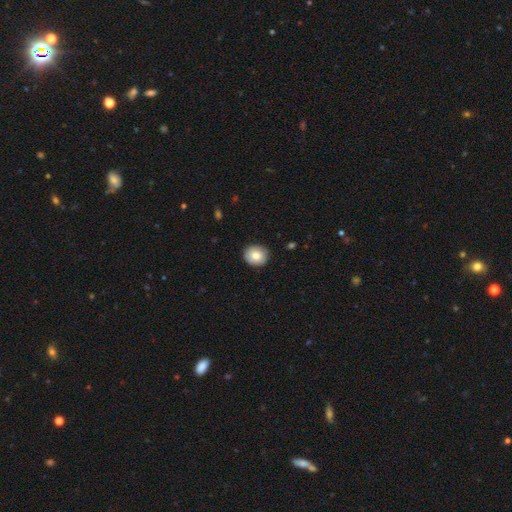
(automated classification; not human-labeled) smooth-or-featured: smooth: 81% | featured or disk: 11% | star or artifact: 8%
  how-rounded: round: 78% | in between: 21% | cigar-shaped: 1%
  merging: none: 88% | minor disturbance: 9% | major disturbance: 2% | merger: 1%